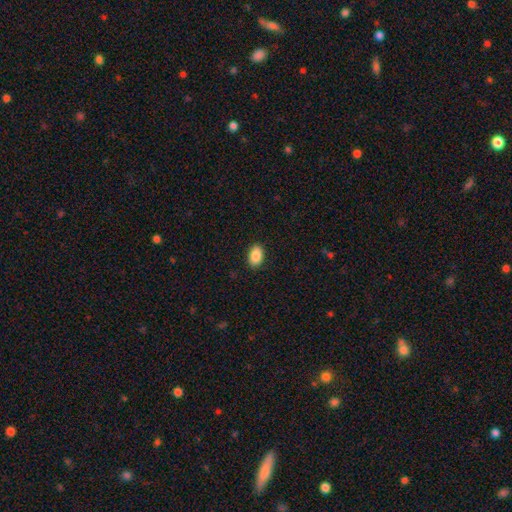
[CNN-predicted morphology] Overall: smooth (88%). How rounded: in between (91%). Merging: none (90%).